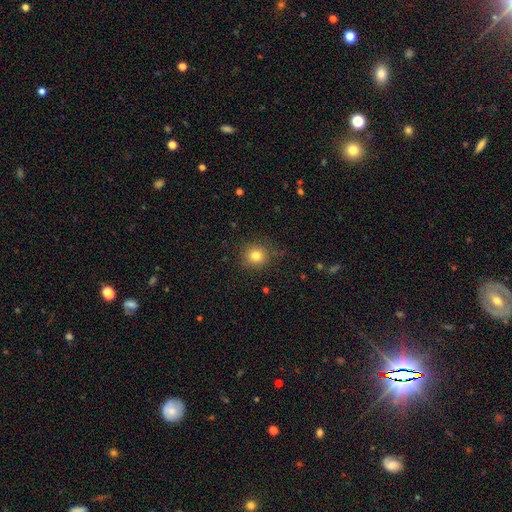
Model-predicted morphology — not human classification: Overall: smooth (80%). How rounded: round (90%). Merging: none (87%).